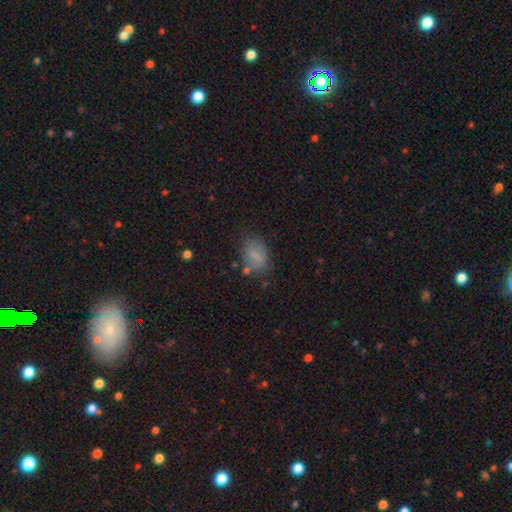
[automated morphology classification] smooth_or_featured: smooth (p=0.71) [alt: featured or disk p=0.19]
how_rounded: in between (p=0.82) [alt: round p=0.15]
merging: none (p=0.64) [alt: minor disturbance p=0.23]